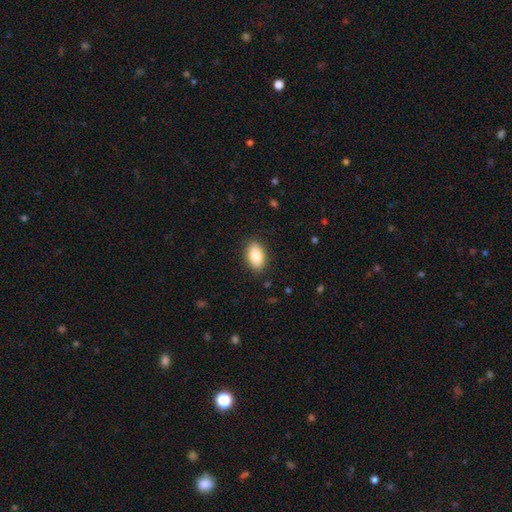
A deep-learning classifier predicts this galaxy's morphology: Smooth or featured? smooth (85%)
How rounded? in between (92%)
Merging? none (88%)